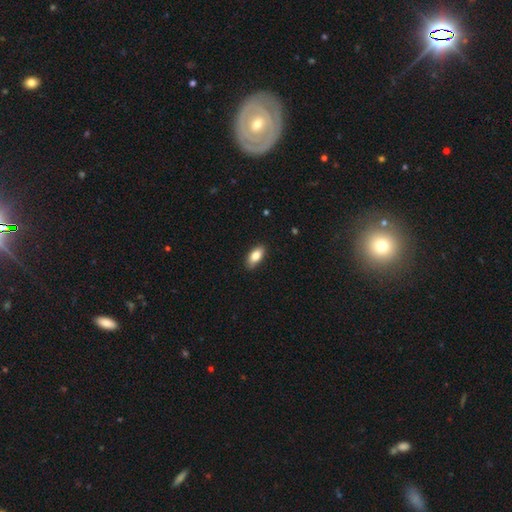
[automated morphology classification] smooth-or-featured: smooth: 82% | featured or disk: 11% | star or artifact: 7%
  how-rounded: in between: 88% | cigar-shaped: 9% | round: 3%
  merging: none: 86% | minor disturbance: 11% | major disturbance: 2% | merger: 1%